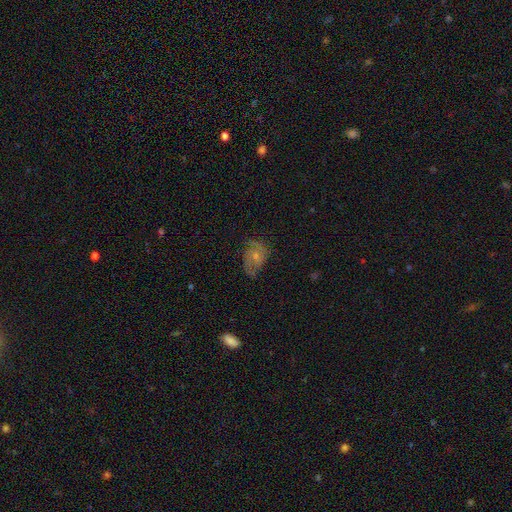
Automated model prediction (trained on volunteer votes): A featured or disk galaxy (61%) with no bar (67%), 2 (62%) medium (46%) spiral arms (85%) and a small central bulge (58%).

Vote fractions:
- Smooth or featured? featured or disk: 61% / smooth: 30% / star or artifact: 9%
- Edge-on disk? no: 97% / yes: 3%
- Bar? no: 67% / weak: 29% / strong: 4%
- Spiral arms? yes: 85% / no: 15%
- Spiral winding? medium: 46% / tight: 28% / loose: 26%
- Spiral arm count? 2: 62% / can't tell: 19% / 3: 8% / 1: 7% / 4: 2% / more than 4: 2%
- Bulge size? small: 58% / moderate: 33% / none: 6% / large: 2% / dominant: 1%
- Merging? none: 56% / minor disturbance: 27% / major disturbance: 16% / merger: 2%